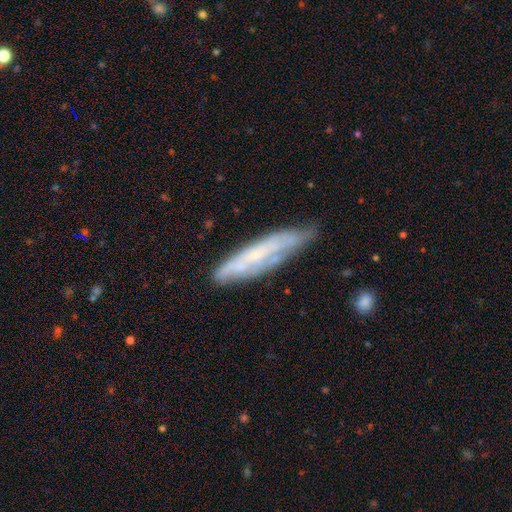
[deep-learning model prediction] Smooth or featured? Predicted: featured or disk (p=0.57). Edge-on disk? Predicted: no (p=0.51). Merging? Predicted: none (p=0.63).